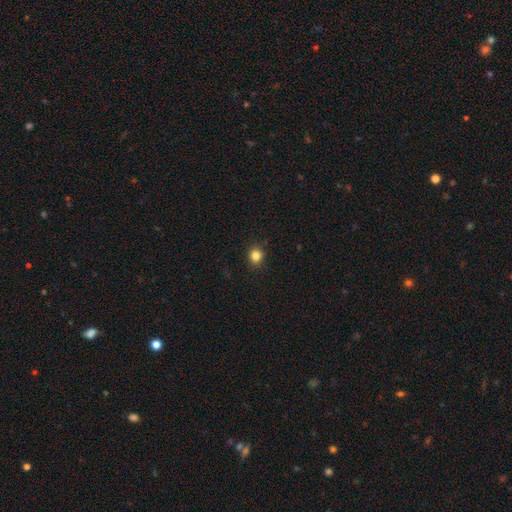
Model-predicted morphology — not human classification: The model was most divided on "how rounded": round: 78%, in between: 21%, cigar-shaped: 1%. More confident: merging — none (89%); smooth or featured — smooth (84%).